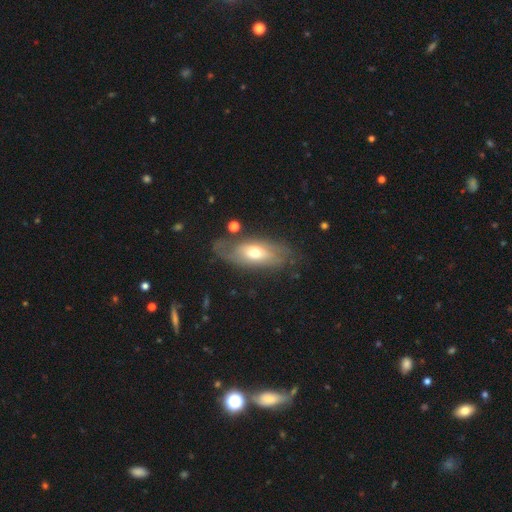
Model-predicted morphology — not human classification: Smooth or featured? Predicted: featured or disk (p=0.56). Edge-on disk? Predicted: no (p=0.79). Merging? Predicted: none (p=0.72).